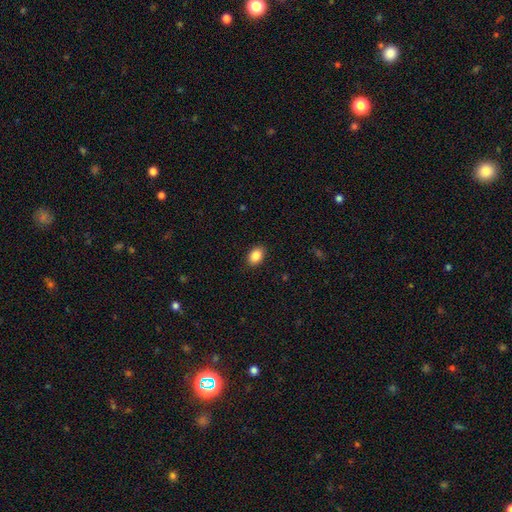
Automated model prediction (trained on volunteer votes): A smooth galaxy with no disk features (88%) that is in between round and cigar-shaped (81%). Merging: none (89%).